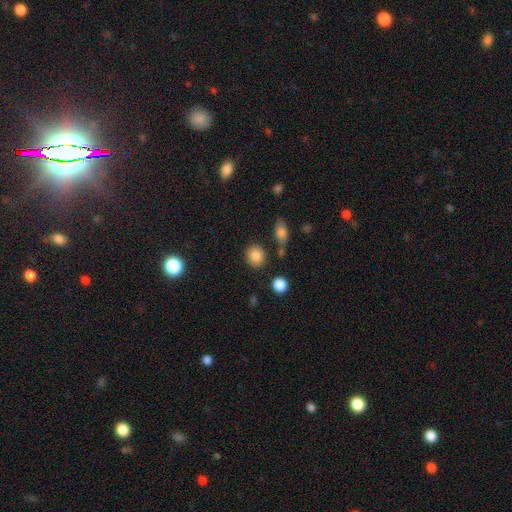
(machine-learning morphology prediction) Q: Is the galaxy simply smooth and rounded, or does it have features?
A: smooth — 84%.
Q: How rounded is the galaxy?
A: round — 75%.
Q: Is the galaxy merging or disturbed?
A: none — 82%.